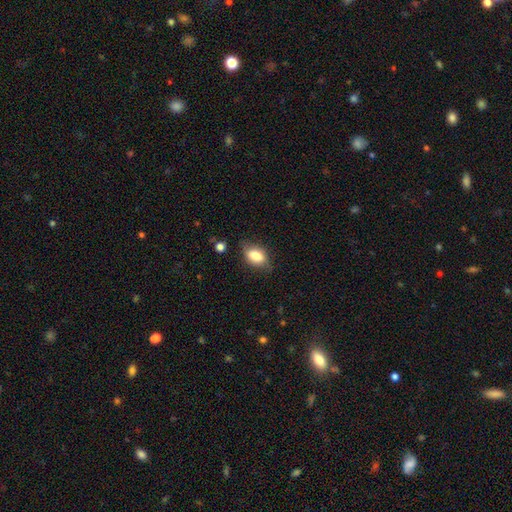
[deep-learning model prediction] This appears to be a smooth galaxy with no disk features (79%) that is in between round and cigar-shaped (85%). Merging: none (70%).